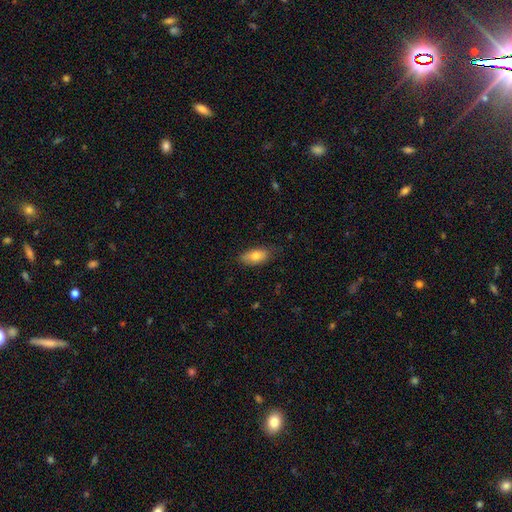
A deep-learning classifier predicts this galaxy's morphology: Smooth or featured: smooth — 75% (featured or disk — 18%)
How rounded: in between — 88% (cigar-shaped — 8%)
Merging: none — 77% (minor disturbance — 19%)